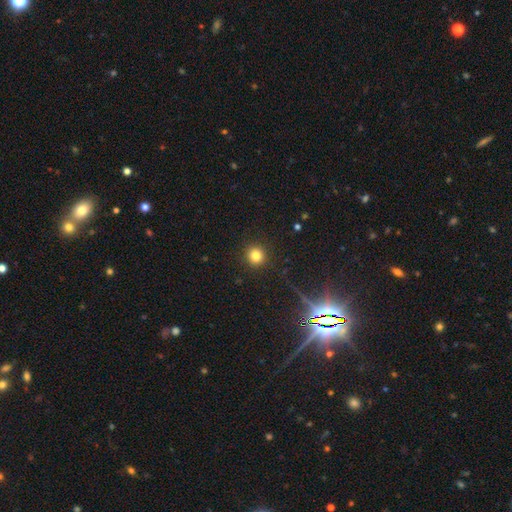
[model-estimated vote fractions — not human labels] Smooth or featured: smooth — 80% (star or artifact — 14%)
How rounded: round — 94% (in between — 5%)
Merging: none — 92% (minor disturbance — 5%)